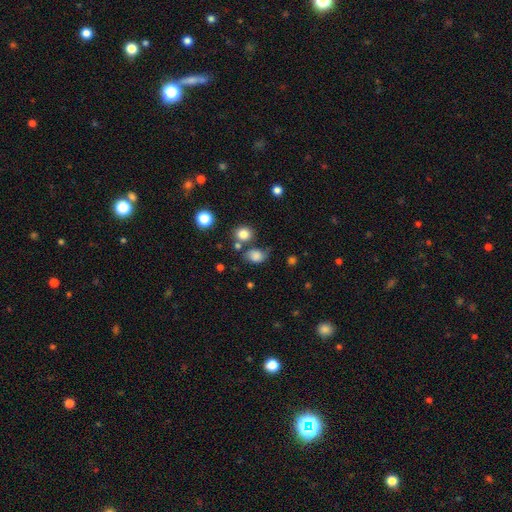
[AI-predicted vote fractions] Smooth or featured? smooth (79%)
How rounded? in between (51%)
Merging? none (58%)